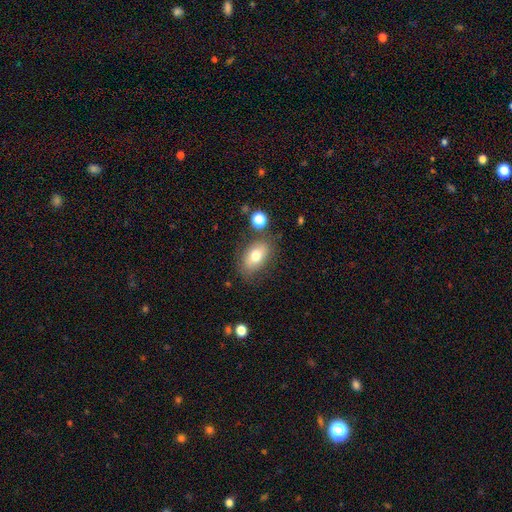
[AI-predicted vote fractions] A smooth galaxy with no disk features (73%) that is in between round and cigar-shaped (87%). Merging: none (74%).